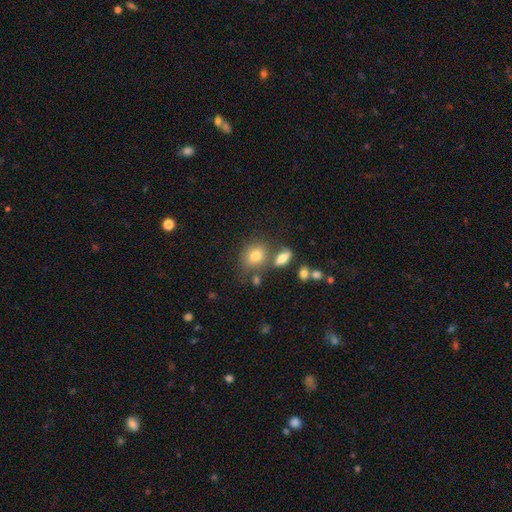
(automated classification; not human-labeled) This appears to be a smooth galaxy with no disk features (78%) that is round (60%). Merging: none (62%).